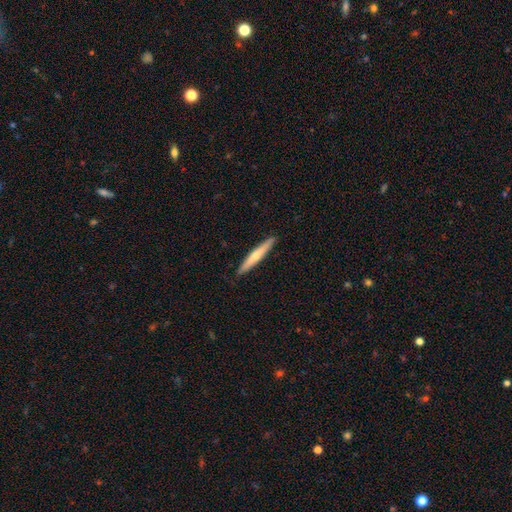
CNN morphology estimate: smooth_or_featured: smooth (p=0.48) [alt: featured or disk p=0.47]
merging: none (p=0.90) [alt: minor disturbance p=0.08]